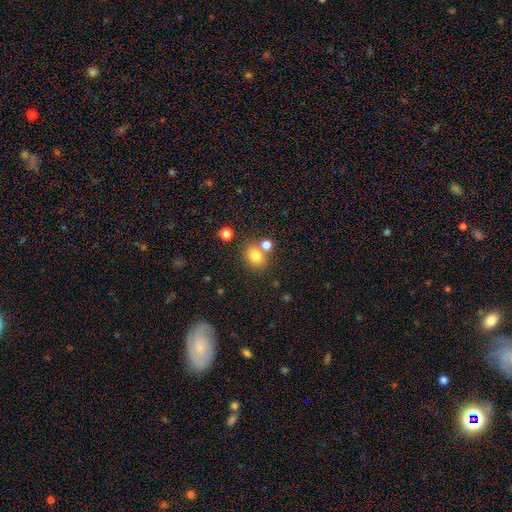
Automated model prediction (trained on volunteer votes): Smooth or featured? smooth (79%)
How rounded? round (61%)
Merging? none (69%)